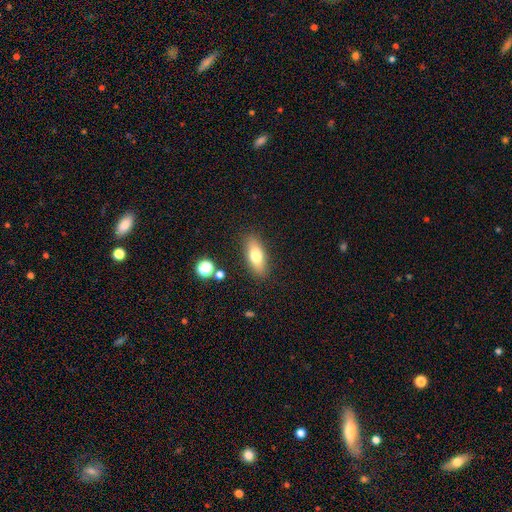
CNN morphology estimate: Q: Smooth or featured?
A: smooth (72%); runner-up: featured or disk (20%)
Q: How rounded?
A: in between (73%); runner-up: cigar-shaped (23%)
Q: Merging?
A: none (86%); runner-up: minor disturbance (10%)